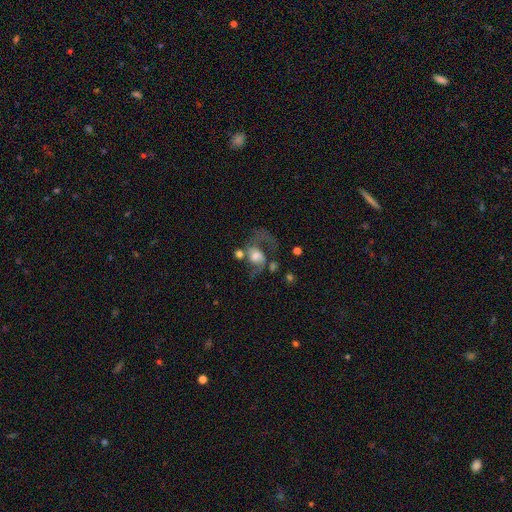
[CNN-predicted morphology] type=featured or disk (60%); edge-on=no (97%); bar=no (64%); spiral arms=yes (78%); bulge=moderate (48%); merging=major disturbance (35%).